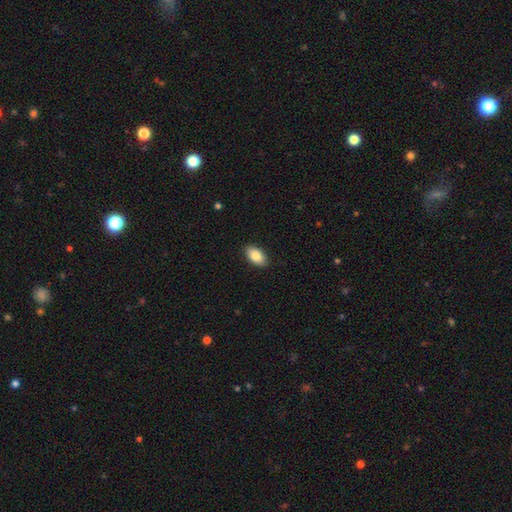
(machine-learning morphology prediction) Smooth or featured: smooth — 85% (featured or disk — 8%)
How rounded: in between — 94% (round — 4%)
Merging: none — 90% (minor disturbance — 7%)